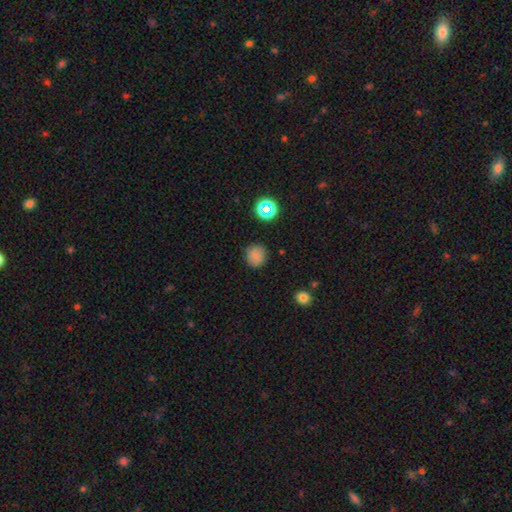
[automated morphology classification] smooth_or_featured: smooth (p=0.79) [alt: star or artifact p=0.14]
how_rounded: round (p=0.93) [alt: in between p=0.06]
merging: none (p=0.88) [alt: minor disturbance p=0.08]